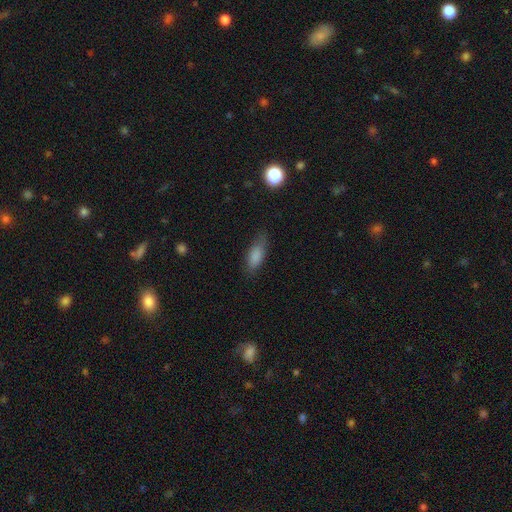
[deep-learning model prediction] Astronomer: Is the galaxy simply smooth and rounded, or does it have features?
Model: smooth — 84%.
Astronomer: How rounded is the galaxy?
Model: in between — 74%.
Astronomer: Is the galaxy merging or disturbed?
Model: none — 72%.